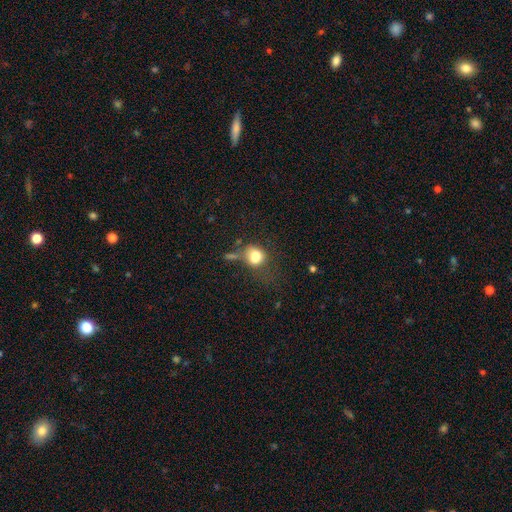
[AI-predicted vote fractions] Smooth or featured: smooth — 78% (featured or disk — 12%)
How rounded: in between — 50% (round — 48%)
Merging: none — 39% (minor disturbance — 25%)